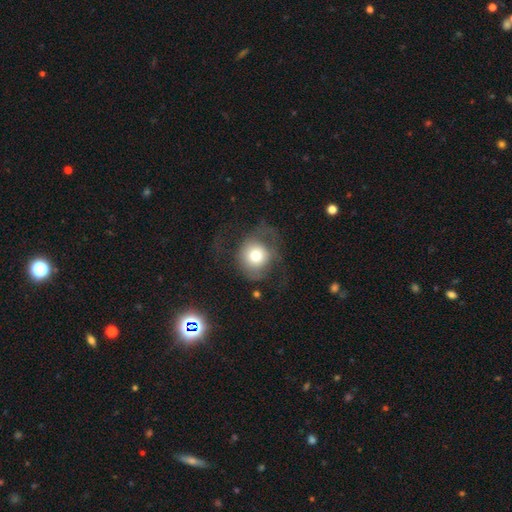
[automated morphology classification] Smooth or featured: smooth — 64% (featured or disk — 27%)
How rounded: round — 83% (in between — 16%)
Merging: major disturbance — 41% (none — 39%)